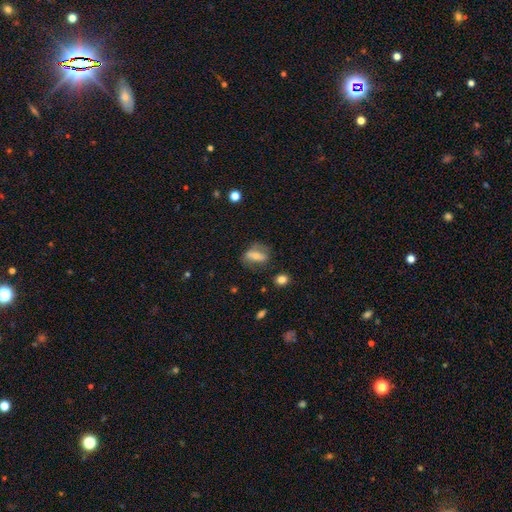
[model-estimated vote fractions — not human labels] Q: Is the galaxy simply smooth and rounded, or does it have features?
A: smooth — 53%.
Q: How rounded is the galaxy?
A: in between — 72%.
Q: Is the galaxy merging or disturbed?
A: none — 61%.